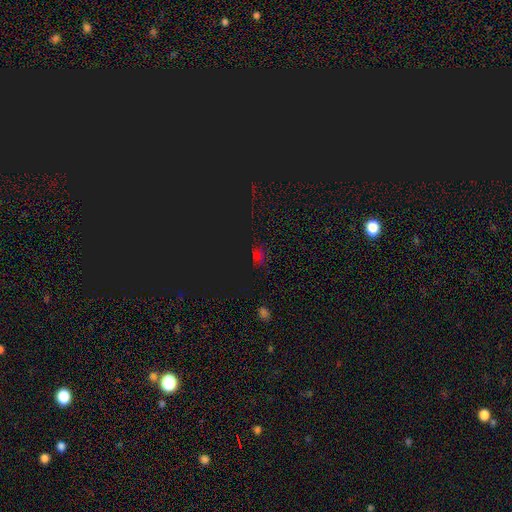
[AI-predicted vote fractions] Overall: star or artifact (67%).